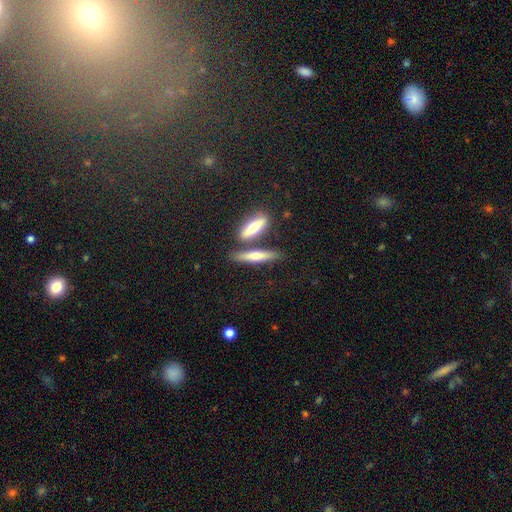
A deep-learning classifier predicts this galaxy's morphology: A smooth galaxy with no disk features (53%) that is cigar-shaped (80%). Merging: none (67%).